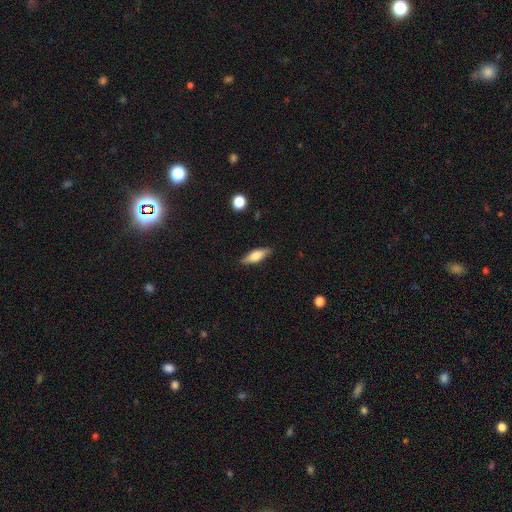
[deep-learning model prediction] This is likely a smooth galaxy (62%). How rounded: possibly in between (58%). Merging: clearly none (86%).